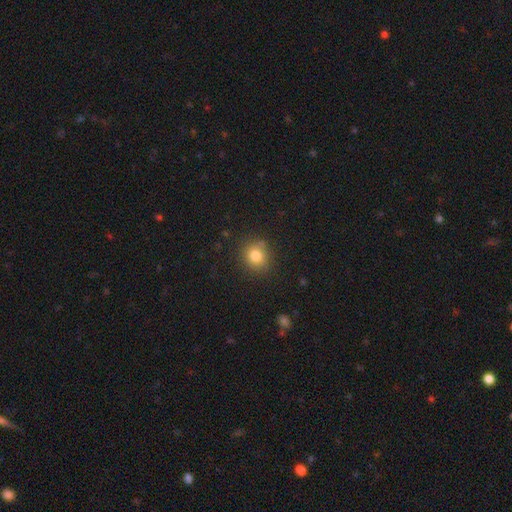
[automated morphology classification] A smooth galaxy with no disk features (81%) that is round (80%).

Vote fractions:
- Smooth or featured? smooth: 81% / star or artifact: 12% / featured or disk: 7%
- How rounded? round: 80% / in between: 19% / cigar-shaped: 1%
- Merging? none: 83% / minor disturbance: 12% / major disturbance: 3% / merger: 2%